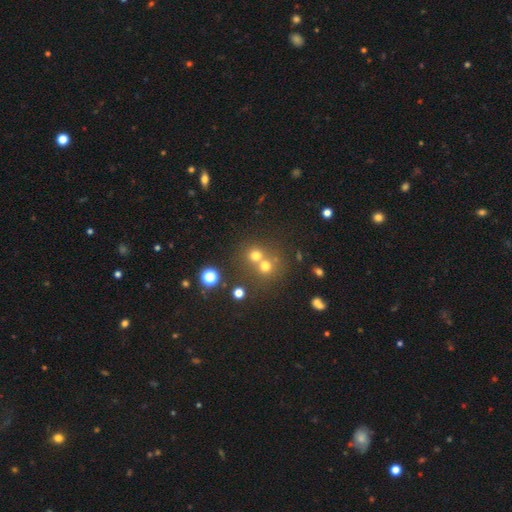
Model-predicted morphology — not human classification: Smooth or featured: smooth — 67% (star or artifact — 20%)
How rounded: round — 85% (in between — 14%)
Merging: merger — 46% (none — 45%)